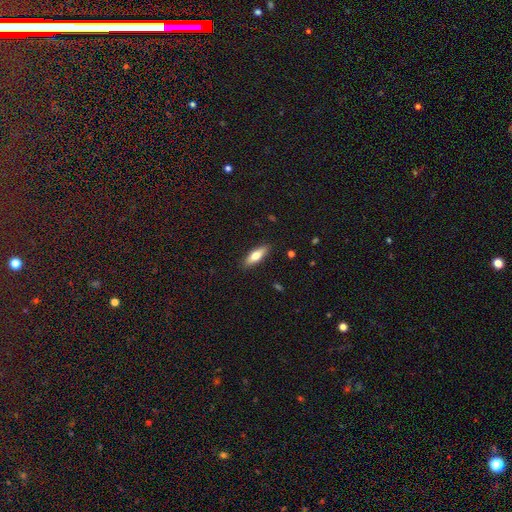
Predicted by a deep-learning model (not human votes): smooth_or_featured: smooth (p=0.66) [alt: featured or disk p=0.28]
how_rounded: in between (p=0.54) [alt: cigar-shaped p=0.44]
merging: none (p=0.89) [alt: minor disturbance p=0.08]